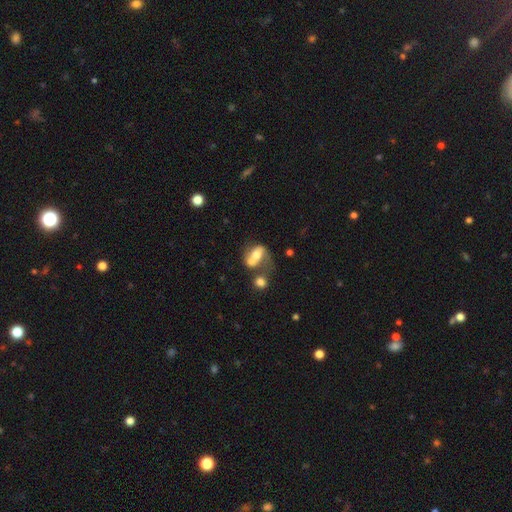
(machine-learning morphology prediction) Overall: featured or disk (47%; smooth 44%). Merging: merger (55%; none 22%).